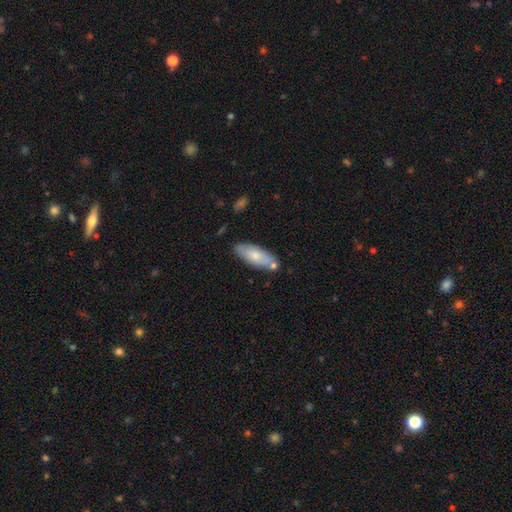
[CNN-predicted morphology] Overall: smooth (70%). How rounded: in between (71%). Merging: none (71%).